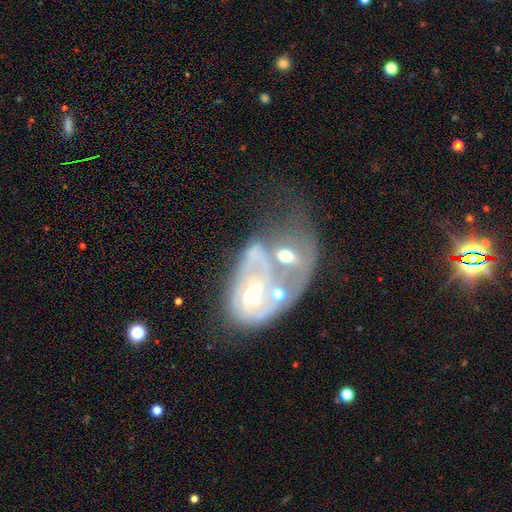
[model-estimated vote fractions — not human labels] Overall: featured or disk (66%). Edge-on disk: no (96%). Bar: no (48%; weak 35%). Spiral arms: yes (78%). Bulge size: moderate (48%; small 34%). Merging: merger (60%).